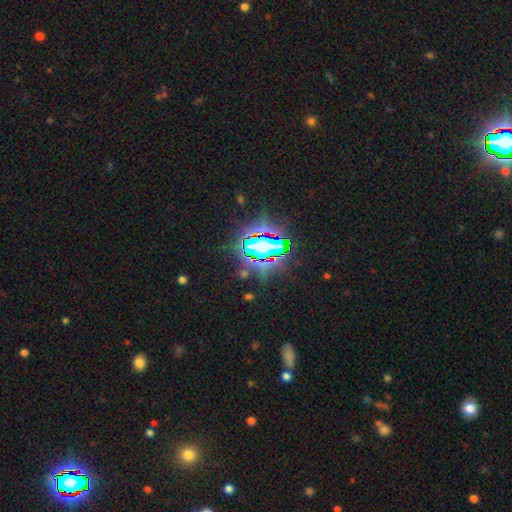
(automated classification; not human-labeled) Overall: star or artifact (80%).